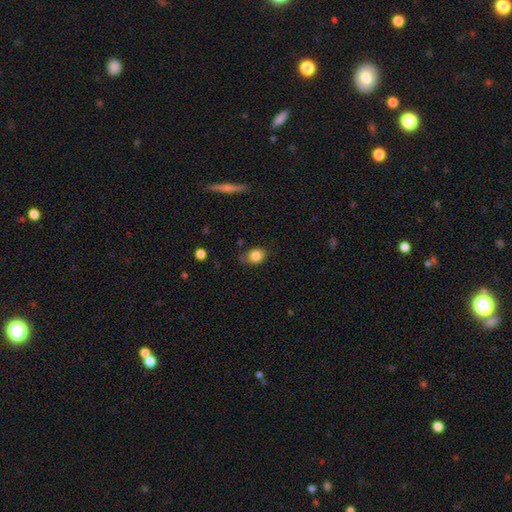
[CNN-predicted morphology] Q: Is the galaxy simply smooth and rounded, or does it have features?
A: smooth — 84%.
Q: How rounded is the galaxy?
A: in between — 55%.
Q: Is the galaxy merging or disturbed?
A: none — 64%.